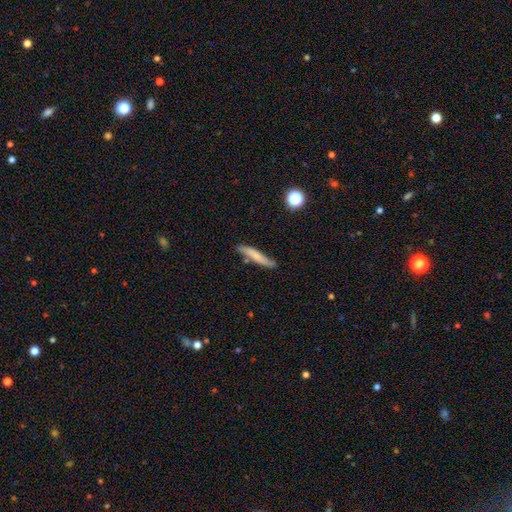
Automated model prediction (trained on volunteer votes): Q: Smooth or featured?
A: smooth (66%); runner-up: featured or disk (27%)
Q: How rounded?
A: cigar-shaped (90%); runner-up: in between (8%)
Q: Merging?
A: none (73%); runner-up: minor disturbance (19%)